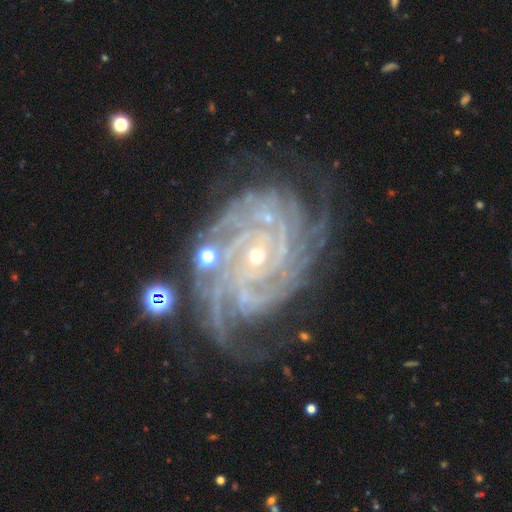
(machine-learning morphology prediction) Smooth or featured?
  - featured or disk: 92% *
  - star or artifact: 5%
  - smooth: 3%
Edge-on disk?
  - no: 97% *
  - yes: 3%
Bar?
  - no: 61% *
  - weak: 25%
  - strong: 13%
Spiral arms?
  - yes: 99% *
  - no: 1%
Spiral winding?
  - tight: 79% *
  - medium: 18%
  - loose: 3%
Spiral arm count?
  - more than 4: 26% * (tied)
  - 4: 26% * (tied)
  - can't tell: 15%
  - 3: 15%
  - 2: 10%
  - 1: 8%
Bulge size?
  - small: 79% *
  - moderate: 18%
  - none: 1%
  - large: 1%
  - dominant: 1%
Merging?
  - none: 68% *
  - minor disturbance: 19%
  - major disturbance: 9%
  - merger: 3%